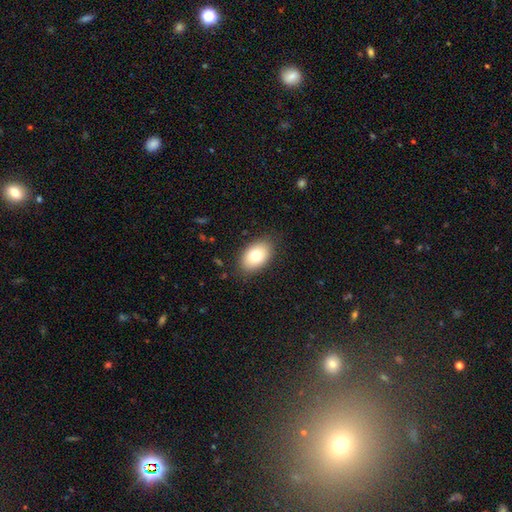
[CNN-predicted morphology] The model was most divided on "smooth or featured": smooth: 78%, featured or disk: 14%, star or artifact: 8%. More confident: how rounded — in between (89%); merging — none (86%).